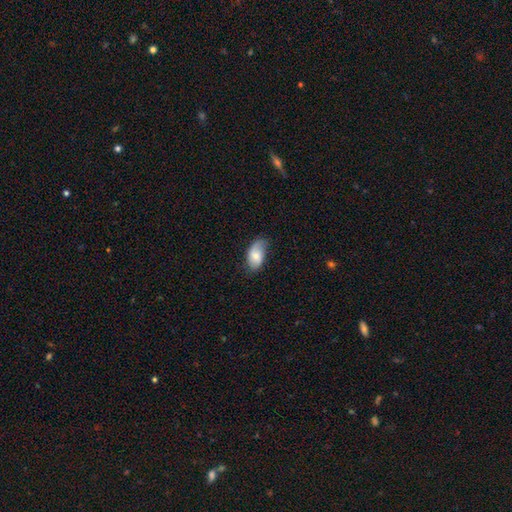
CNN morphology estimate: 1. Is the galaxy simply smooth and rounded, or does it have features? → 70% smooth, 24% featured or disk, 7% star or artifact.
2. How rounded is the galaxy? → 93% in between, 5% round, 2% cigar-shaped.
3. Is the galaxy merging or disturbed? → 58% none, 32% minor disturbance, 9% major disturbance, 1% merger.